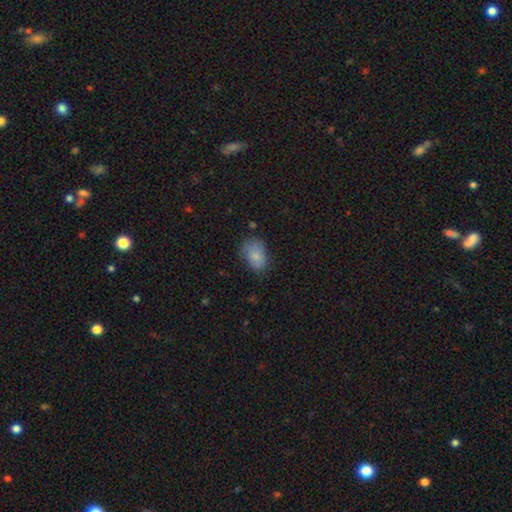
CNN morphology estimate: This is clearly a smooth galaxy (80%). How rounded: clearly in between (82%). Merging: possibly none (59%).